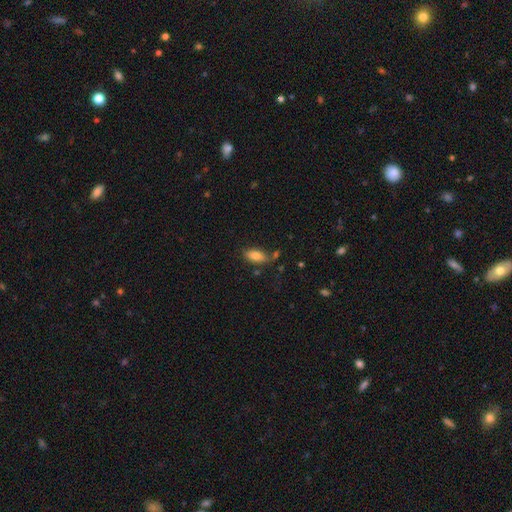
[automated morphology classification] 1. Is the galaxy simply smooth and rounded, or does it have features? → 82% smooth, 10% featured or disk, 8% star or artifact.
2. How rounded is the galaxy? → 85% in between, 12% cigar-shaped, 3% round.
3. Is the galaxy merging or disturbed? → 68% none, 19% minor disturbance, 8% merger, 5% major disturbance.